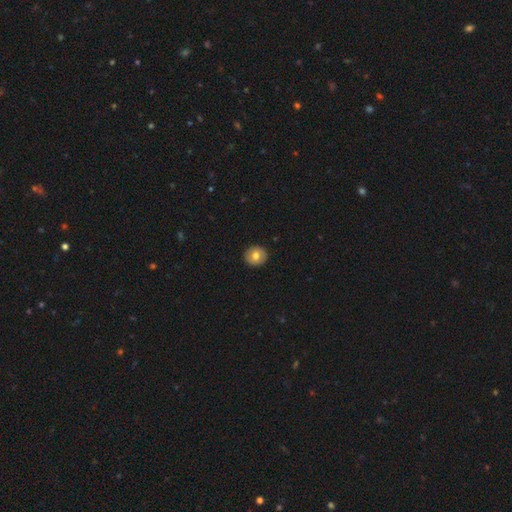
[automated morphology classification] Smooth or featured: smooth — 70% (featured or disk — 23%)
How rounded: round — 90% (in between — 9%)
Merging: none — 91% (minor disturbance — 6%)